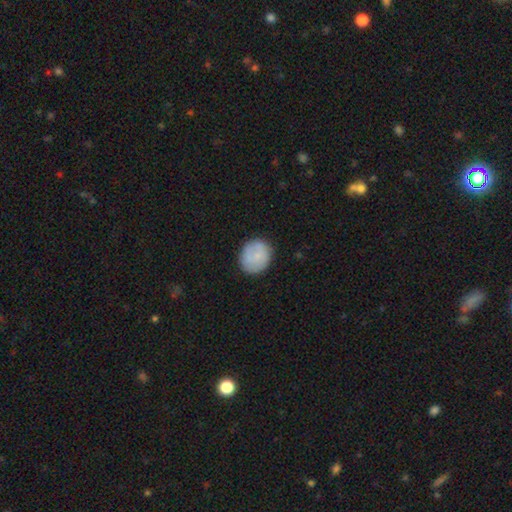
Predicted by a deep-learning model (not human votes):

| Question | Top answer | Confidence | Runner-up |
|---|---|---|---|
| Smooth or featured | smooth | 75% | featured or disk (18%) |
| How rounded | round | 75% | in between (24%) |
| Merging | none | 82% | minor disturbance (13%) |